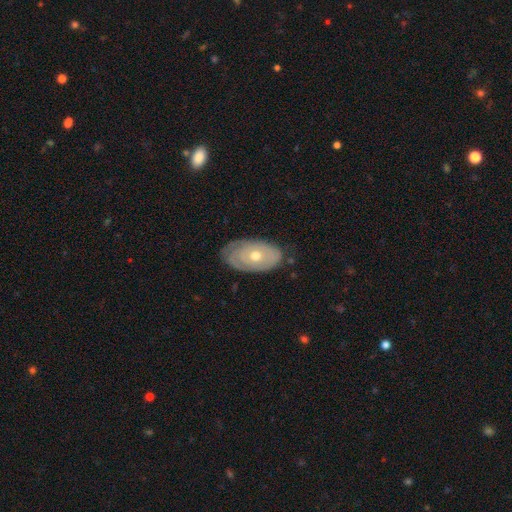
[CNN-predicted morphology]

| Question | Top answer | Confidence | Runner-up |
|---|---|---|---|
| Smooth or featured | featured or disk | 64% | smooth (30%) |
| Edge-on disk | no | 91% | yes (9%) |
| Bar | no | 88% | weak (10%) |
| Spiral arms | yes | 59% | no (41%) |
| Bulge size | moderate | 65% | small (31%) |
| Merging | none | 73% | minor disturbance (20%) |